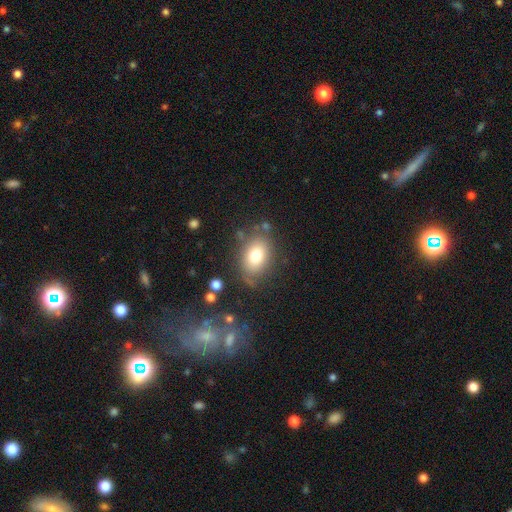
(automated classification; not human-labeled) Smooth or featured?
  - smooth: 76% *
  - featured or disk: 14%
  - star or artifact: 10%
How rounded?
  - in between: 79% *
  - round: 20%
  - cigar-shaped: 1%
Merging?
  - none: 73% *
  - minor disturbance: 17%
  - major disturbance: 6%
  - merger: 4%